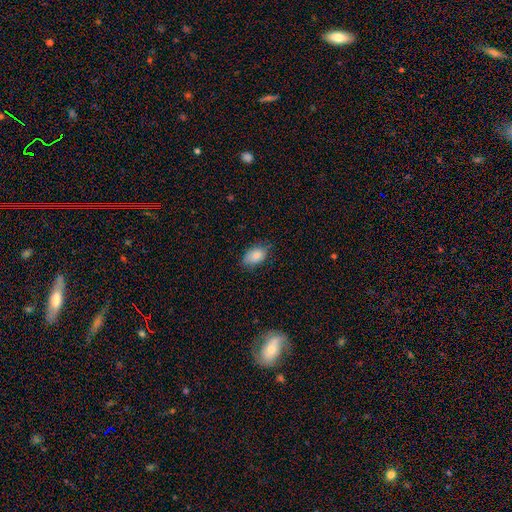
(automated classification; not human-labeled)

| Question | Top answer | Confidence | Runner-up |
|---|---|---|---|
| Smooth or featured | smooth | 85% | featured or disk (8%) |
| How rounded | in between | 89% | round (10%) |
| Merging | none | 74% | minor disturbance (21%) |